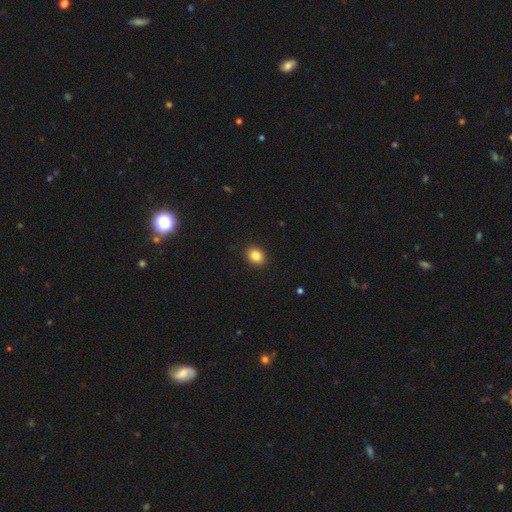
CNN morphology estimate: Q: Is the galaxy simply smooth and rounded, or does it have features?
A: smooth — 85%.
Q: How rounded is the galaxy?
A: round — 51%.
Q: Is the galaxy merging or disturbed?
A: none — 91%.